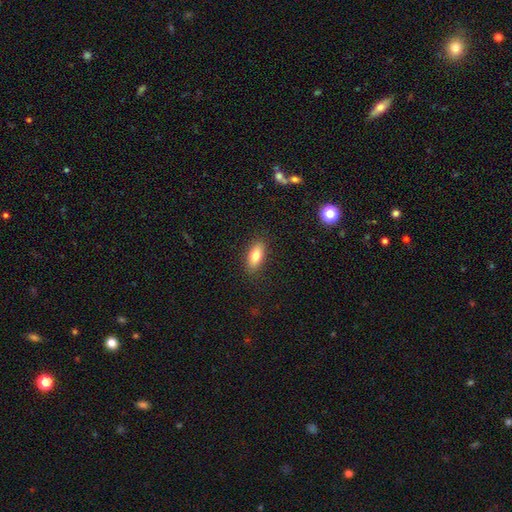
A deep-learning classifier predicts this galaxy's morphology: Q: Smooth or featured?
A: smooth (79%); runner-up: featured or disk (14%)
Q: How rounded?
A: in between (81%); runner-up: cigar-shaped (16%)
Q: Merging?
A: none (88%); runner-up: minor disturbance (9%)